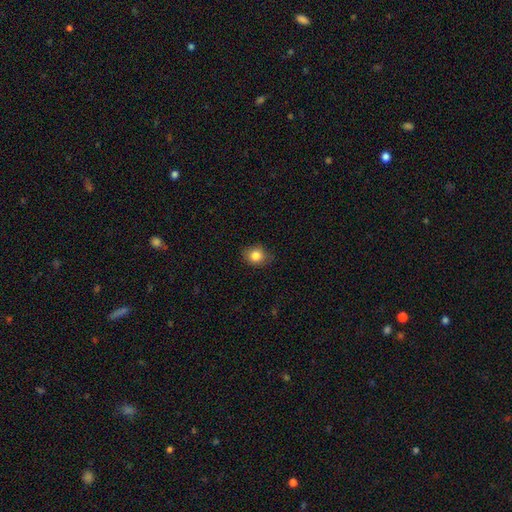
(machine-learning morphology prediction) Smooth or featured: smooth — 83% (star or artifact — 10%)
How rounded: round — 66% (in between — 33%)
Merging: none — 80% (minor disturbance — 16%)